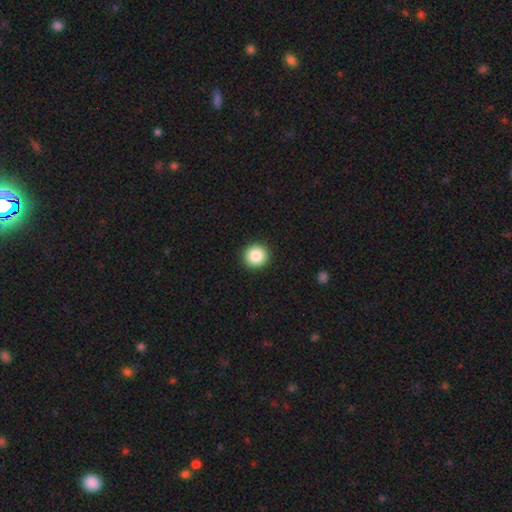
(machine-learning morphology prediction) smooth 86%, star or artifact 9%, featured or disk 5%. Down the decision tree: how rounded — round (94%); merging — none (93%).